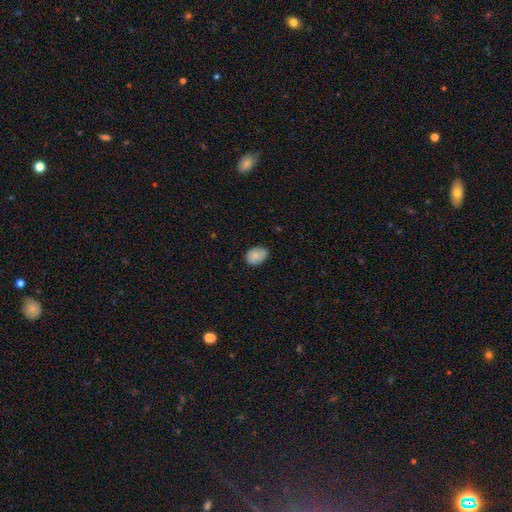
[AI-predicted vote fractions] This is clearly a smooth galaxy (86%). How rounded: likely in between (75%). Merging: likely none (75%).